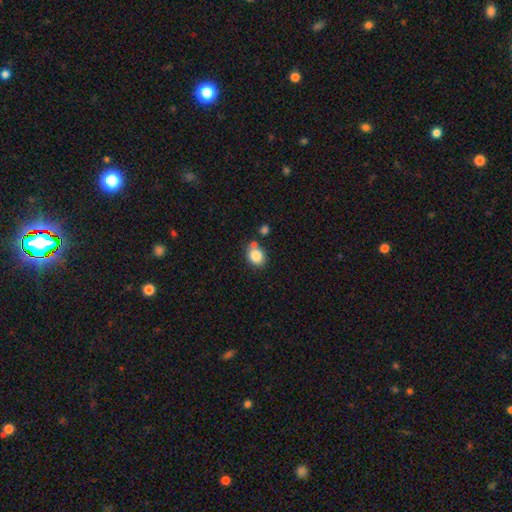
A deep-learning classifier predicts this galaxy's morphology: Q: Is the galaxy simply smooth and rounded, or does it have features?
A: smooth — 84%.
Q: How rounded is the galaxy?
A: round — 57%.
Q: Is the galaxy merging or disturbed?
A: none — 63%.